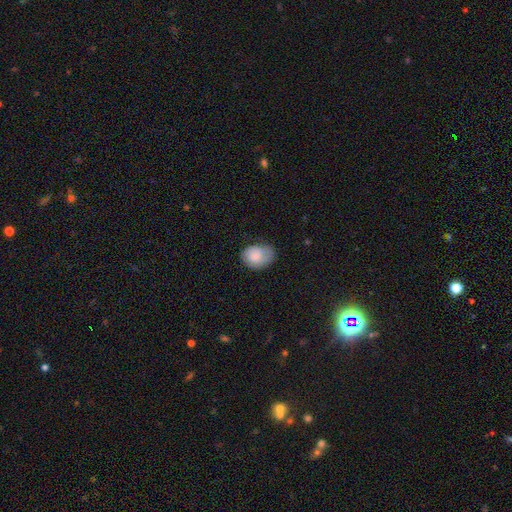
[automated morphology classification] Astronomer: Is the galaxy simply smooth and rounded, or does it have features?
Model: smooth — 65%.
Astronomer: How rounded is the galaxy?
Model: in between — 66%.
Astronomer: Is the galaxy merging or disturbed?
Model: none — 58%.